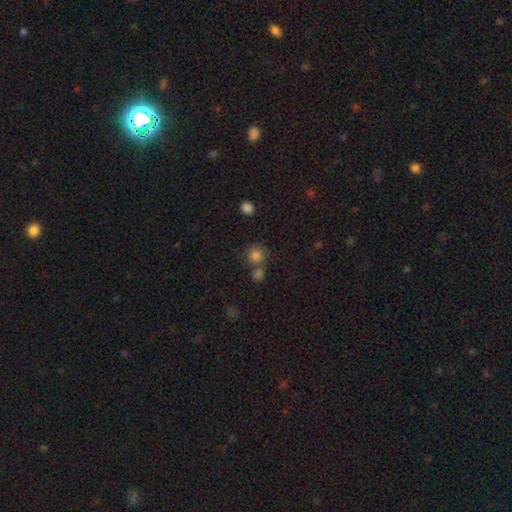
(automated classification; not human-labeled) This is clearly a smooth galaxy (81%). How rounded: clearly round (88%). Merging: possibly none (59%).